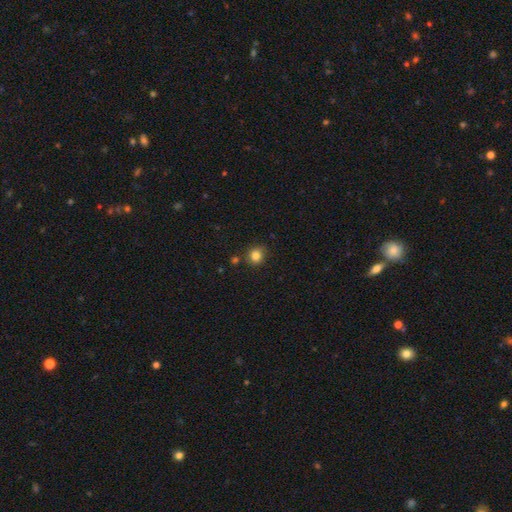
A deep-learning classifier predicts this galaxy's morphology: This is clearly a smooth galaxy (83%). How rounded: clearly round (85%). Merging: clearly none (81%).